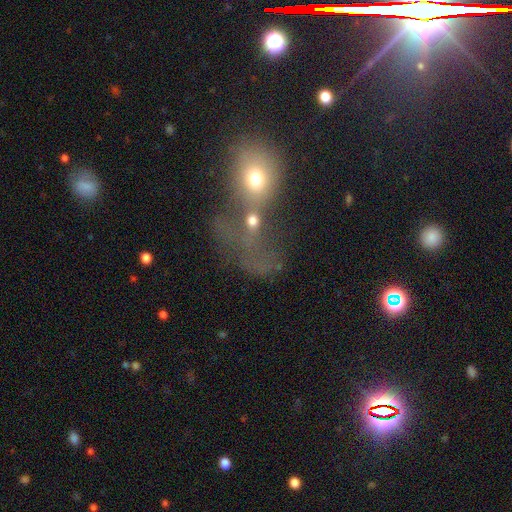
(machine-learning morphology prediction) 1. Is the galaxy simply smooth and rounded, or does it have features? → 48% smooth, 30% star or artifact, 22% featured or disk.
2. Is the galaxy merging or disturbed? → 52% merger, 20% major disturbance, 19% none, 9% minor disturbance.